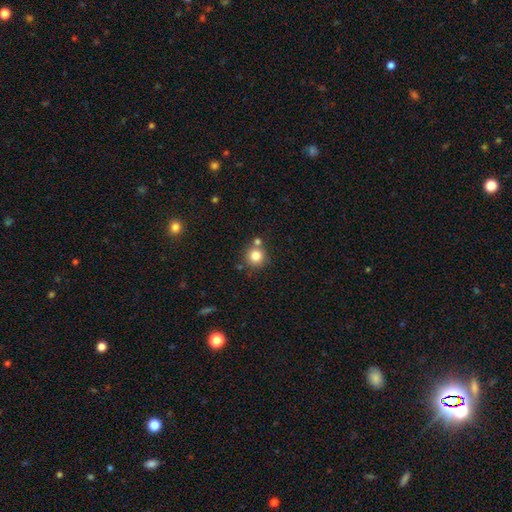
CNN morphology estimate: Smooth or featured: smooth — 81% (star or artifact — 11%)
How rounded: round — 93% (in between — 6%)
Merging: none — 72% (merger — 16%)